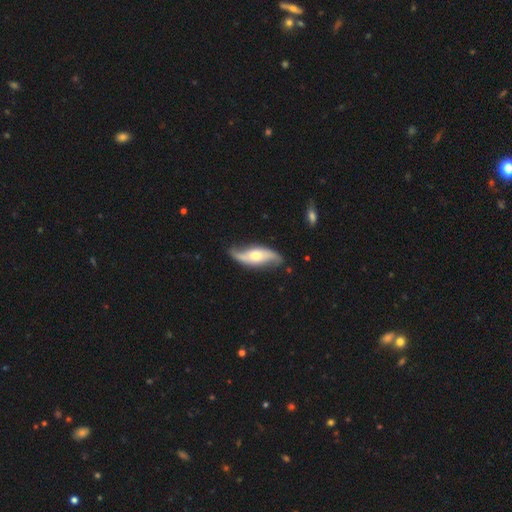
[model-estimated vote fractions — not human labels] The model was most divided on "bar": no: 60%, weak: 28%, strong: 12%. More confident: spiral arms — yes (93%); spiral arm count — 2 (92%); edge-on disk — no (86%); smooth or featured — featured or disk (80%); spiral winding — loose (77%); merging — none (76%); bulge size — moderate (66%).